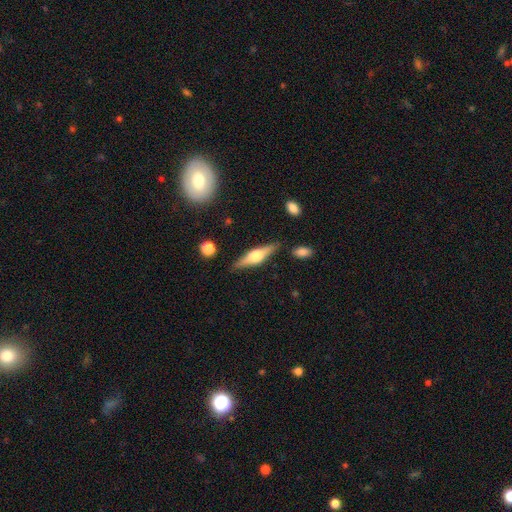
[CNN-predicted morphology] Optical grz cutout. It shows a featured or disk galaxy (60%) viewed edge-on (95%) with a rounded central bulge (89%). Merging: none (85%).